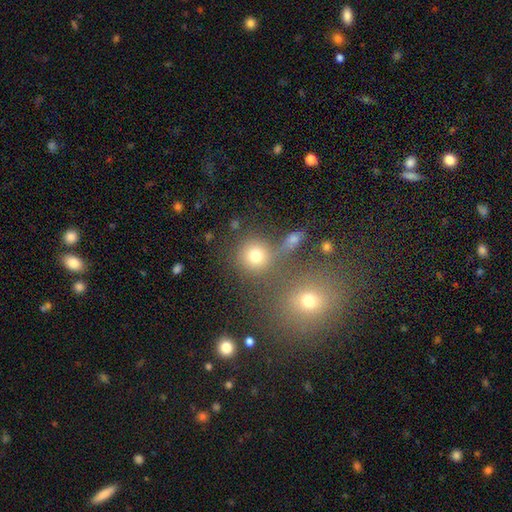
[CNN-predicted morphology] Smooth or featured?
  - smooth: 75% *
  - star or artifact: 16%
  - featured or disk: 9%
How rounded?
  - round: 87% *
  - in between: 11%
  - cigar-shaped: 1%
Merging?
  - none: 66% *
  - merger: 19%
  - minor disturbance: 10%
  - major disturbance: 6%